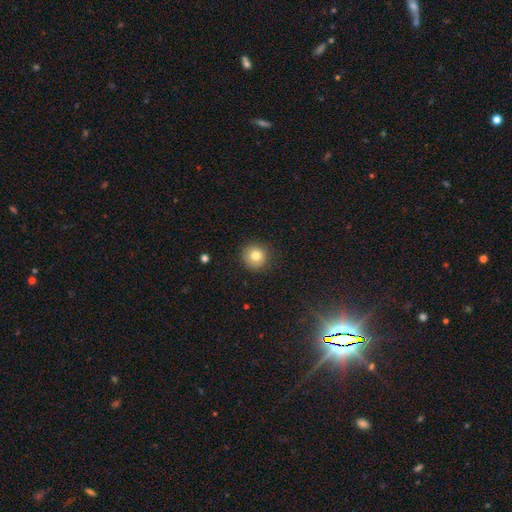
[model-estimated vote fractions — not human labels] This appears to be a smooth galaxy with no disk features (79%) that is round (93%). Merging: none (88%).